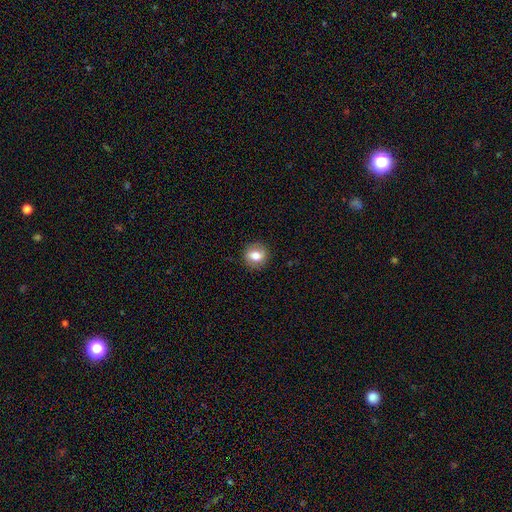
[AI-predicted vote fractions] smooth_or_featured: smooth (p=0.74) [alt: featured or disk p=0.17]
how_rounded: round (p=0.74) [alt: in between p=0.25]
merging: none (p=0.87) [alt: minor disturbance p=0.10]